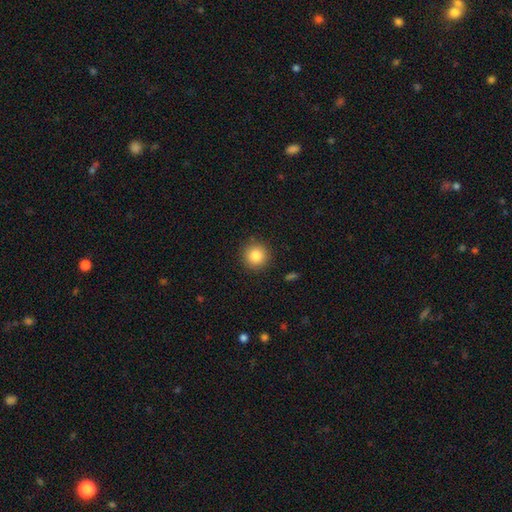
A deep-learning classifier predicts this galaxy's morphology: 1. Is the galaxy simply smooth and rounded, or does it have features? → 83% smooth, 10% star or artifact, 7% featured or disk.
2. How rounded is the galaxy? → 94% round, 5% in between, 1% cigar-shaped.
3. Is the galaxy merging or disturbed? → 91% none, 6% minor disturbance, 2% major disturbance, 1% merger.